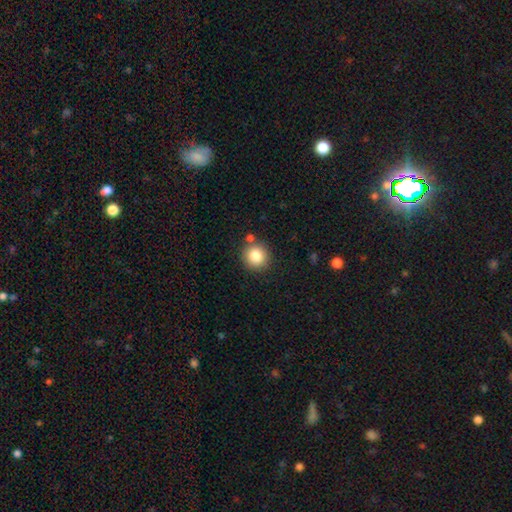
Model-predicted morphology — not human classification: This is clearly a smooth galaxy (83%). How rounded: clearly round (91%). Merging: clearly none (81%).